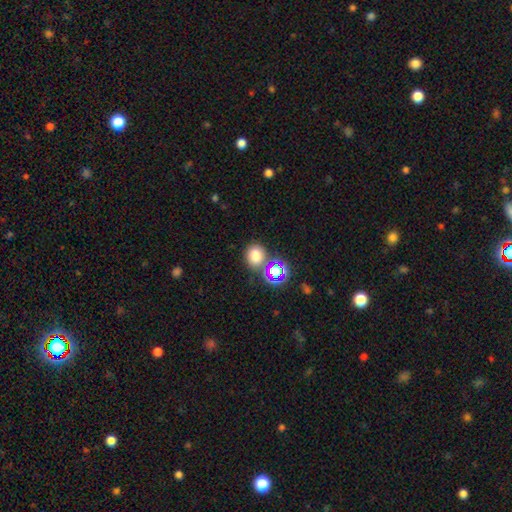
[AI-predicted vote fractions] This is likely a smooth galaxy (71%). How rounded: likely round (67%). Merging: likely none (67%).